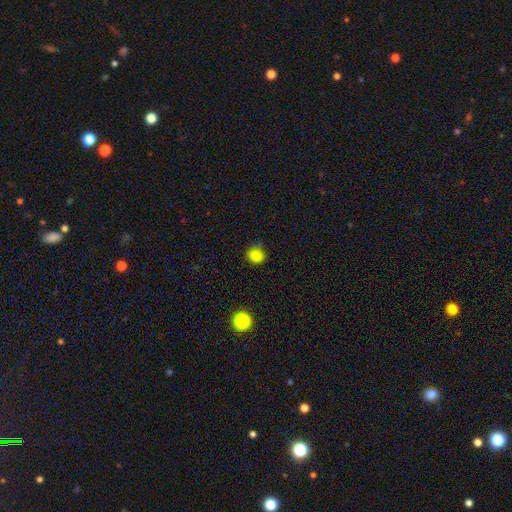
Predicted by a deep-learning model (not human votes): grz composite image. It shows a smooth galaxy with no disk features (82%) that is round (77%). Merging: none (76%).